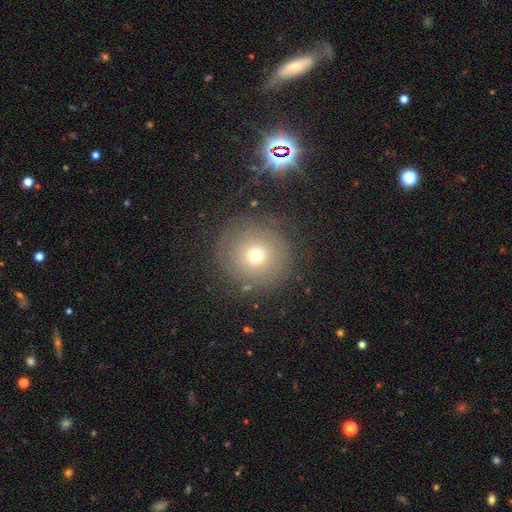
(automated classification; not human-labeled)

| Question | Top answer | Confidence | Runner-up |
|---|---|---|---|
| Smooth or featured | smooth | 61% | featured or disk (23%) |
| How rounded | round | 95% | in between (5%) |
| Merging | none | 80% | minor disturbance (11%) |